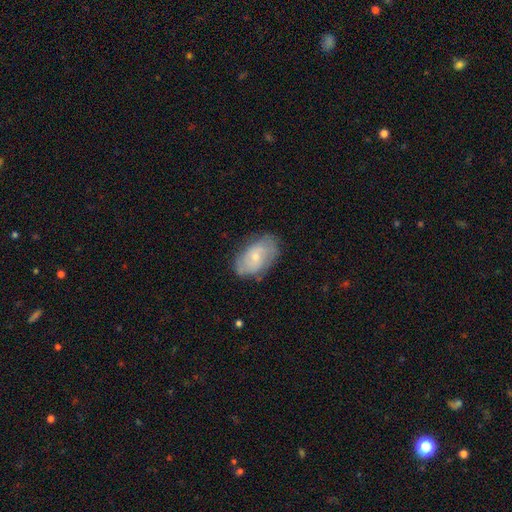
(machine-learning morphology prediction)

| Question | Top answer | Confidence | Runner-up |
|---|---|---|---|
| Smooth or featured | featured or disk | 54% | smooth (39%) |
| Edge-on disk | no | 94% | yes (6%) |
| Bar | no | 68% | weak (27%) |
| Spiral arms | yes | 77% | no (23%) |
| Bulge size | small | 64% | moderate (31%) |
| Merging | none | 72% | minor disturbance (21%) |